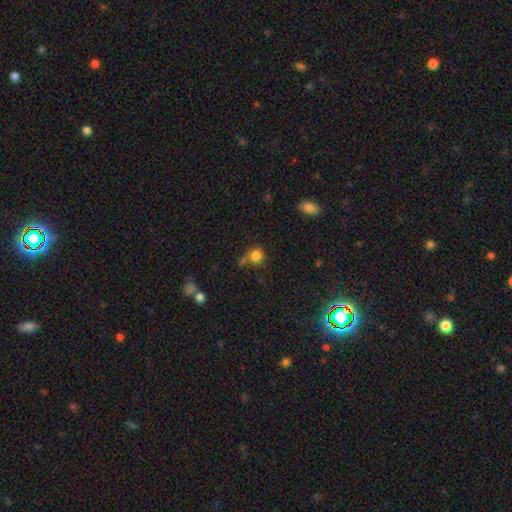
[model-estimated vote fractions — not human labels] Morphology: type=smooth (81%); roundness=round (87%); merging=none (57%).